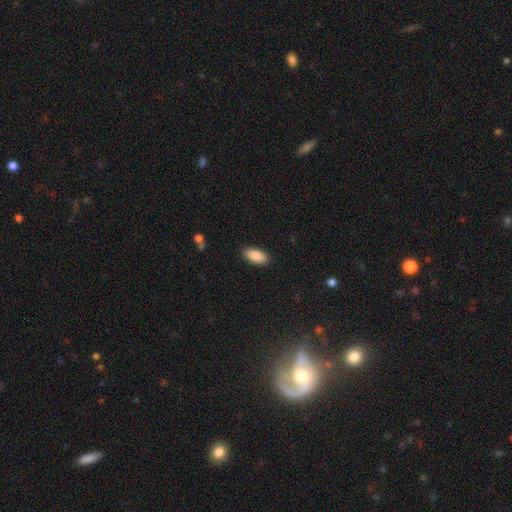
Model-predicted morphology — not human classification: Smooth or featured?
  - smooth: 89% *
  - star or artifact: 6%
  - featured or disk: 5%
How rounded?
  - in between: 89% *
  - cigar-shaped: 9%
  - round: 2%
Merging?
  - none: 89% *
  - minor disturbance: 8%
  - major disturbance: 2%
  - merger: 1%